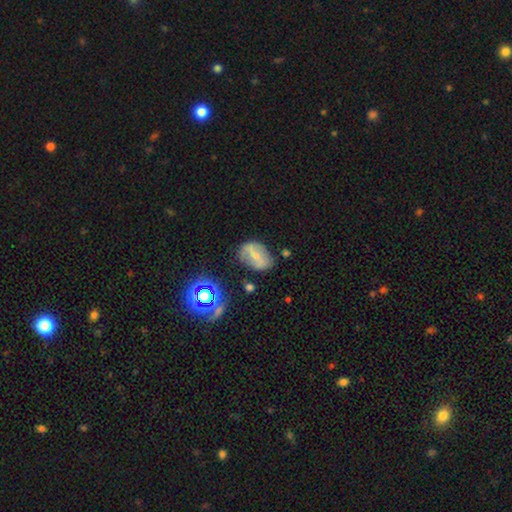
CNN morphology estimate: A featured or disk galaxy (48%).

Vote fractions:
- Smooth or featured? featured or disk: 48% / smooth: 40% / star or artifact: 13%
- Merging? none: 64% / minor disturbance: 23% / major disturbance: 9% / merger: 4%